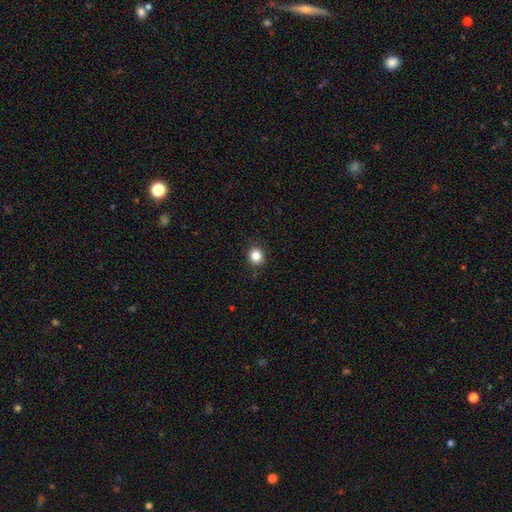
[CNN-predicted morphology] A smooth galaxy with no disk features (83%) that is round (82%).

Vote fractions:
- Smooth or featured? smooth: 83% / star or artifact: 12% / featured or disk: 5%
- How rounded? round: 82% / in between: 17% / cigar-shaped: 1%
- Merging? none: 89% / minor disturbance: 8% / major disturbance: 2% / merger: 1%